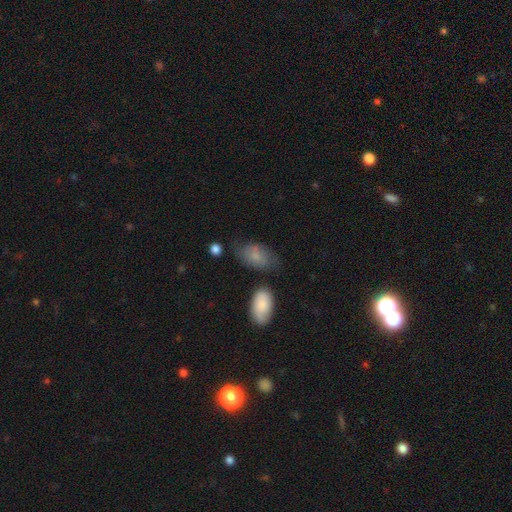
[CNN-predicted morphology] Overall: smooth (76%). How rounded: in between (91%). Merging: none (56%; minor disturbance 27%).